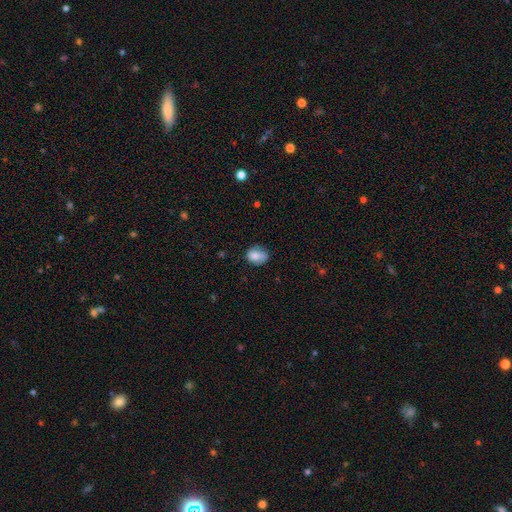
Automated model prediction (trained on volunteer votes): A smooth galaxy with no disk features (79%) that is round (50%). Merging: none (63%).